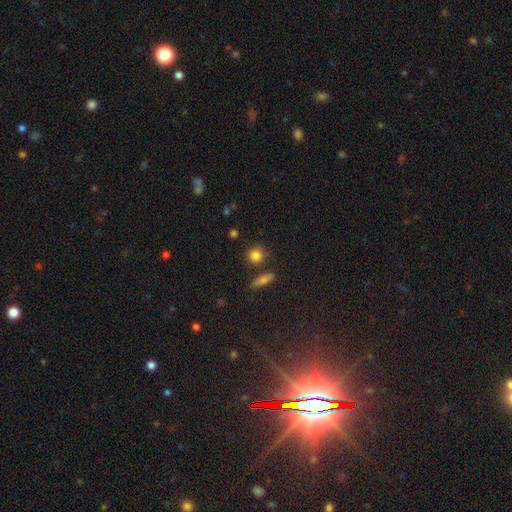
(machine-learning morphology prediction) The model was most divided on "merging": none: 78%, minor disturbance: 12%, merger: 7%, major disturbance: 3%. More confident: how rounded — round (84%); smooth or featured — smooth (82%).